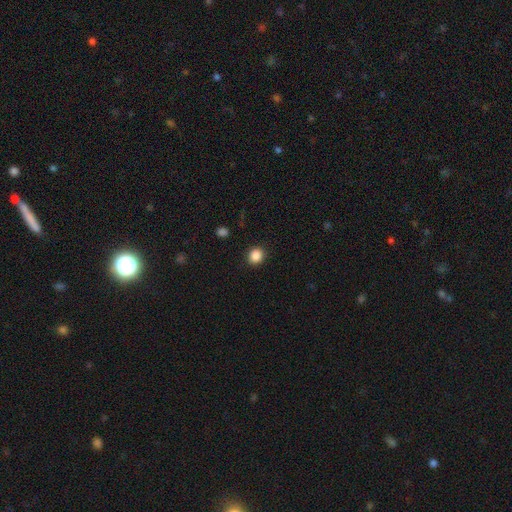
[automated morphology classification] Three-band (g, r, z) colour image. It shows a smooth galaxy with no disk features (87%) that is round (84%). Merging: none (91%).